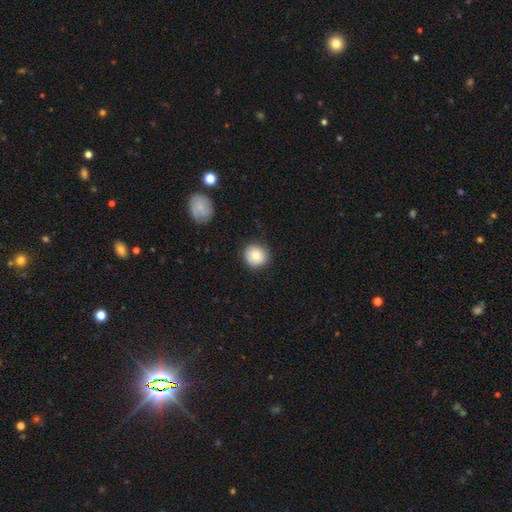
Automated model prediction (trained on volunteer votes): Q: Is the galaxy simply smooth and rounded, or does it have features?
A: smooth — 77%.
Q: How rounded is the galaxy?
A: round — 91%.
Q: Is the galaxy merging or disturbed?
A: none — 87%.